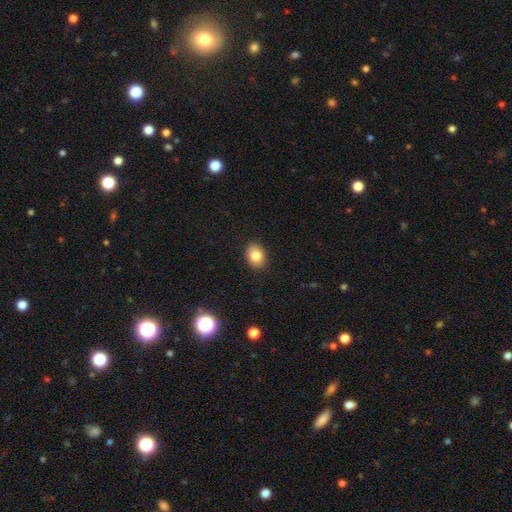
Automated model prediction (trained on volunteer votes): smooth_or_featured: smooth (p=0.82) [alt: star or artifact p=0.10]
how_rounded: in between (p=0.67) [alt: round p=0.32]
merging: none (p=0.90) [alt: minor disturbance p=0.07]